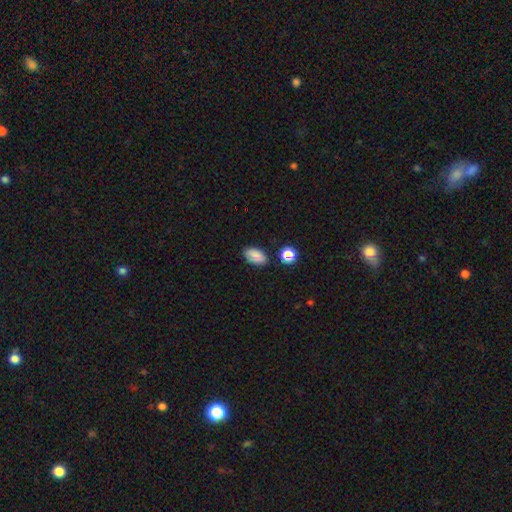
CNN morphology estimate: Smooth or featured?
  - smooth: 83% *
  - star or artifact: 10%
  - featured or disk: 7%
How rounded?
  - in between: 91% *
  - round: 7%
  - cigar-shaped: 2%
Merging?
  - none: 80% *
  - minor disturbance: 13%
  - merger: 4%
  - major disturbance: 3%